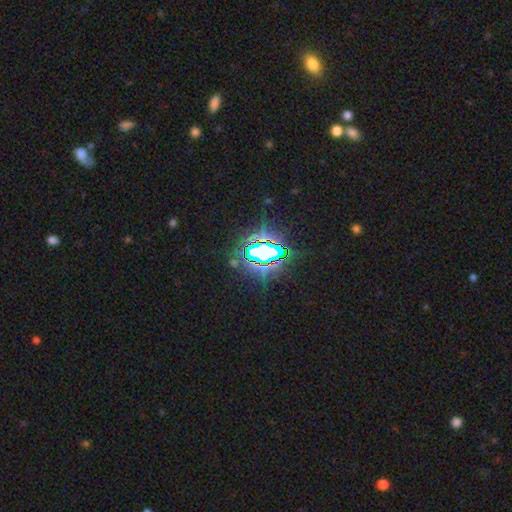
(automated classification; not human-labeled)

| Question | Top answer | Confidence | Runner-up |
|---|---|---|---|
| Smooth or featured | star or artifact | 76% | smooth (14%) |